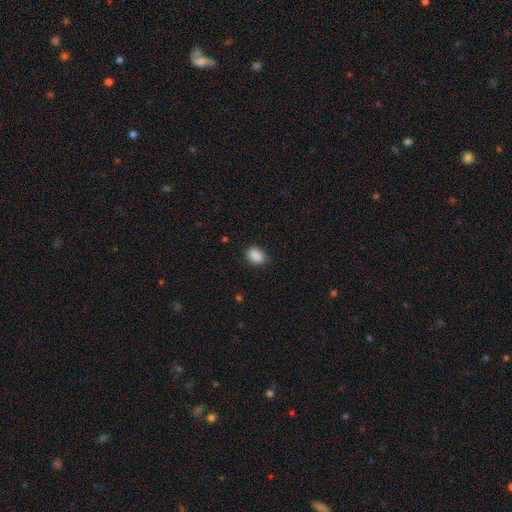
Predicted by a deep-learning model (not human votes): A smooth galaxy with no disk features (89%) that is in between round and cigar-shaped (81%). Merging: none (85%).